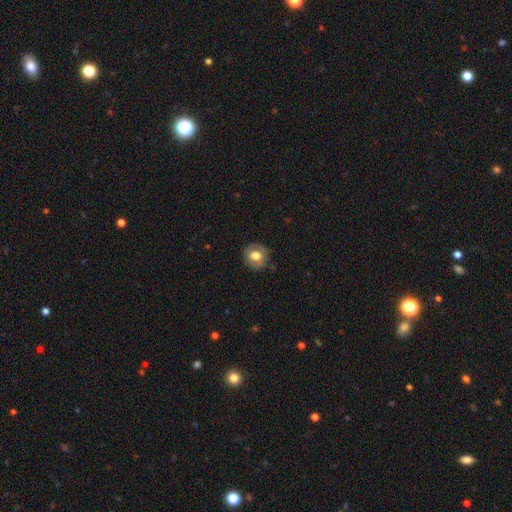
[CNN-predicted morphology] Overall: smooth (63%; featured or disk 29%). How rounded: round (79%). Merging: none (80%).